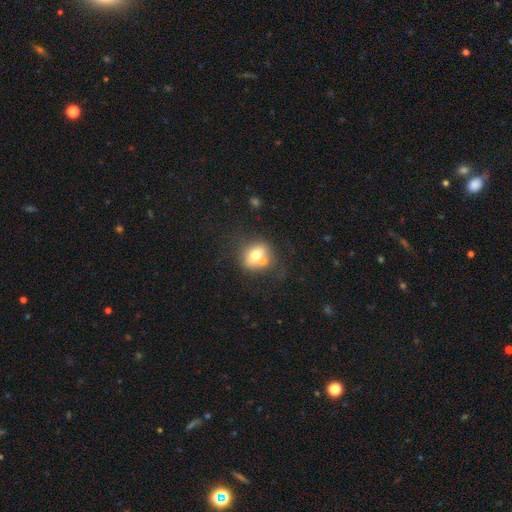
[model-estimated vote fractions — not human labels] Smooth or featured? smooth (66%)
How rounded? round (70%)
Merging? none (51%)